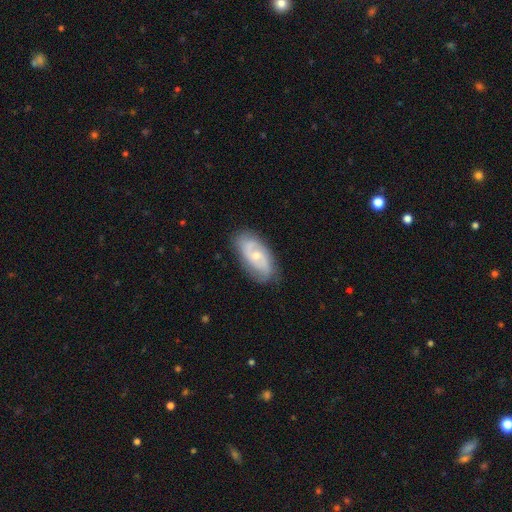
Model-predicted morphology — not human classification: This is likely a featured or disk galaxy (68%). It is clearly not viewed edge-on (94%). Bar: likely no (63%). Spiral arm pattern: clearly yes (87%). Spiral arm count: likely 2 (70%). Spiral winding: marginally medium (44%). Central bulge: possibly small (54%). Merging: likely none (78%).